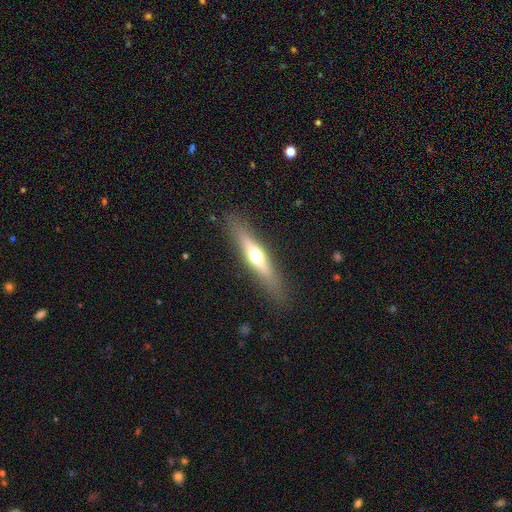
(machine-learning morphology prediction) Q: Smooth or featured?
A: featured or disk (52%); runner-up: smooth (41%)
Q: Edge-on disk?
A: yes (89%); runner-up: no (11%)
Q: Merging?
A: none (87%); runner-up: minor disturbance (9%)